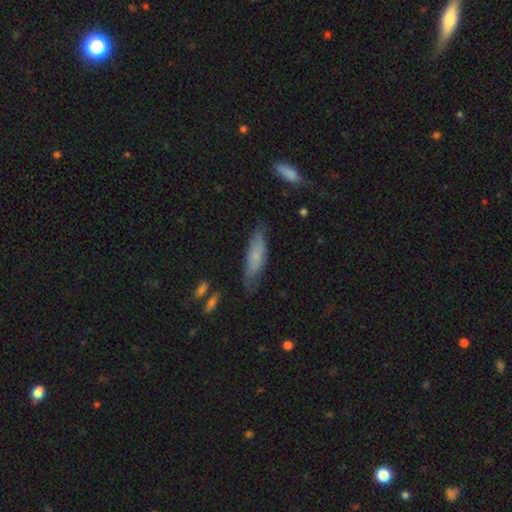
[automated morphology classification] Smooth or featured? smooth (67%)
How rounded? cigar-shaped (59%)
Merging? none (69%)